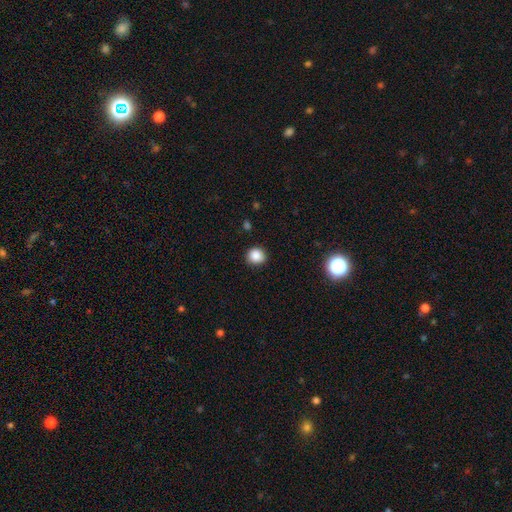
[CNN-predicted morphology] This is clearly a smooth galaxy (86%). How rounded: clearly round (87%). Merging: clearly none (88%).